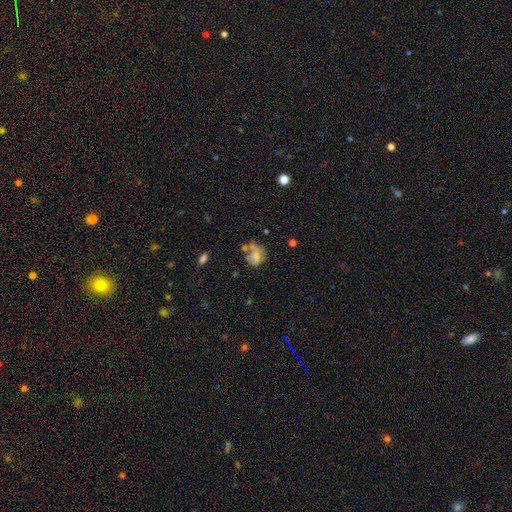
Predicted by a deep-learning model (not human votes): Smooth or featured?
  - smooth: 63% *
  - featured or disk: 27%
  - star or artifact: 10%
How rounded?
  - round: 57% *
  - in between: 42%
  - cigar-shaped: 1%
Merging?
  - none: 38% *
  - minor disturbance: 25%
  - merger: 20%
  - major disturbance: 16%